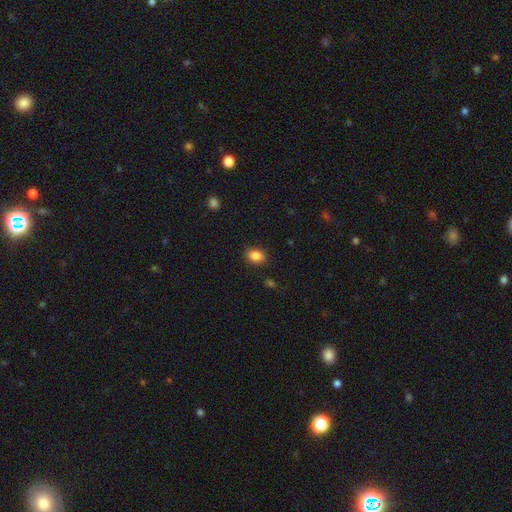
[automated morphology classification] A smooth galaxy with no disk features (86%) that is in between round and cigar-shaped (63%). Merging: none (87%).